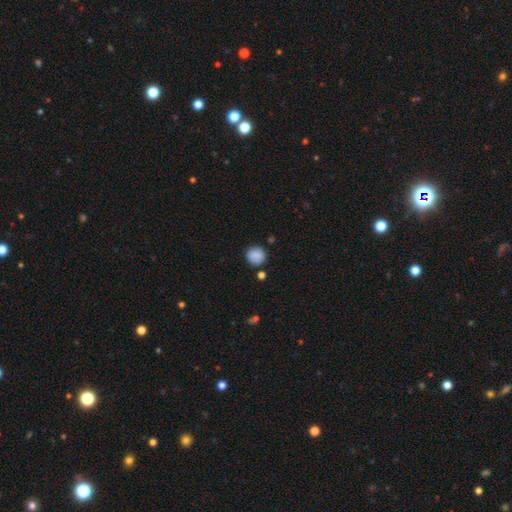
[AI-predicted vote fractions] Q: Smooth or featured?
A: smooth (86%); runner-up: star or artifact (8%)
Q: How rounded?
A: round (90%); runner-up: in between (9%)
Q: Merging?
A: none (82%); runner-up: minor disturbance (11%)